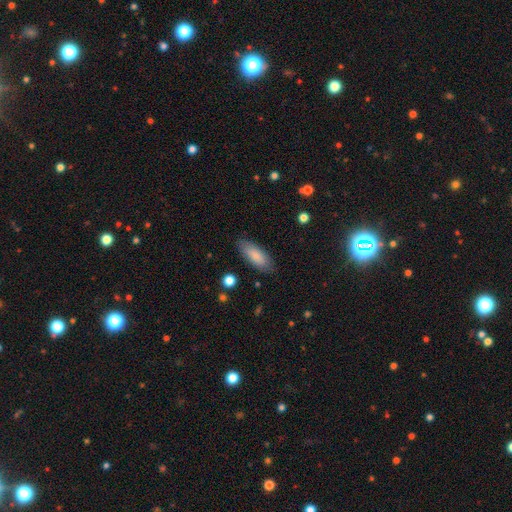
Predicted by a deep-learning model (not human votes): This is clearly a smooth galaxy (84%). How rounded: likely in between (73%). Merging: clearly none (85%).